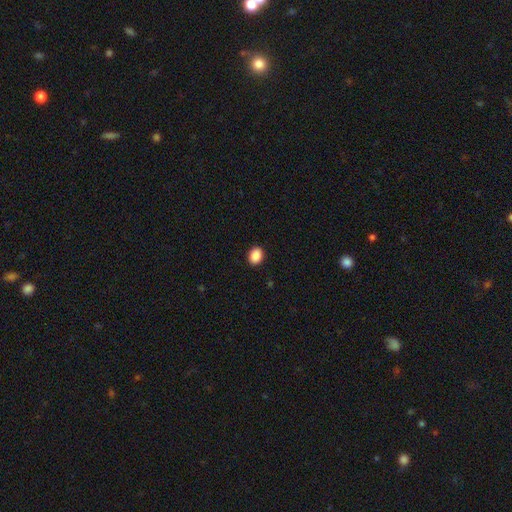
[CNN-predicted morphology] This appears to be a smooth galaxy with no disk features (90%) that is in between round and cigar-shaped (54%). Merging: none (91%).